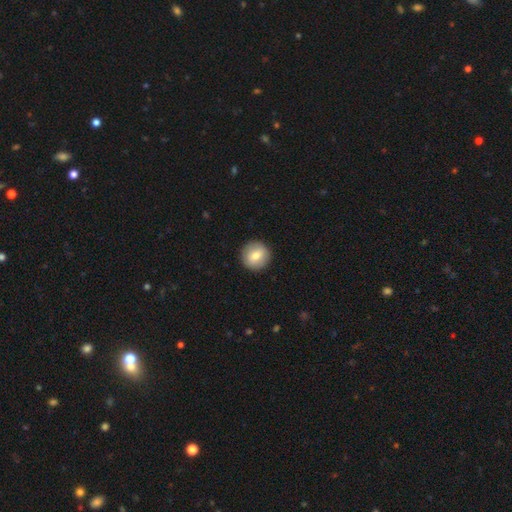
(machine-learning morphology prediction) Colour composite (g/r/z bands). It shows a smooth galaxy with no disk features (72%) that is round (94%). Merging: none (92%).